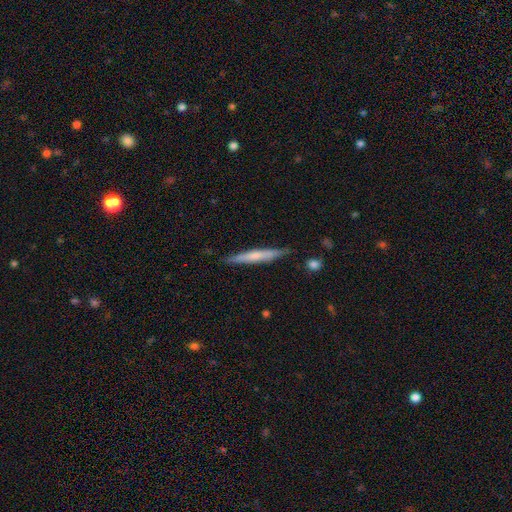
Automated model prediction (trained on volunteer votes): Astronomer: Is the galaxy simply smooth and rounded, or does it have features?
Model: smooth — 49% (runner-up: featured or disk, 45%).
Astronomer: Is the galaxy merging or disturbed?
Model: none — 85%.